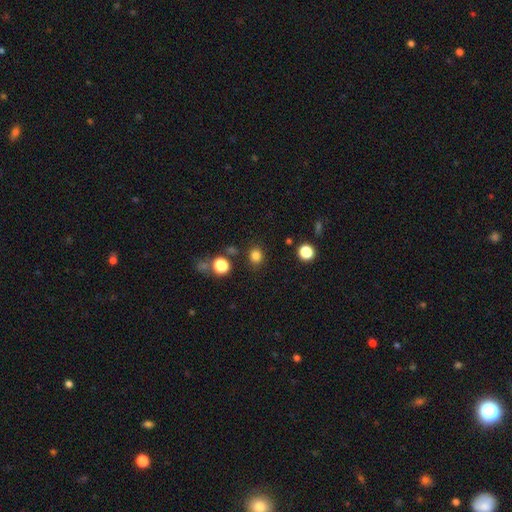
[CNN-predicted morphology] smooth-or-featured: smooth: 81% | star or artifact: 14% | featured or disk: 5%
  how-rounded: round: 75% | in between: 24% | cigar-shaped: 1%
  merging: none: 84% | minor disturbance: 9% | merger: 4% | major disturbance: 3%